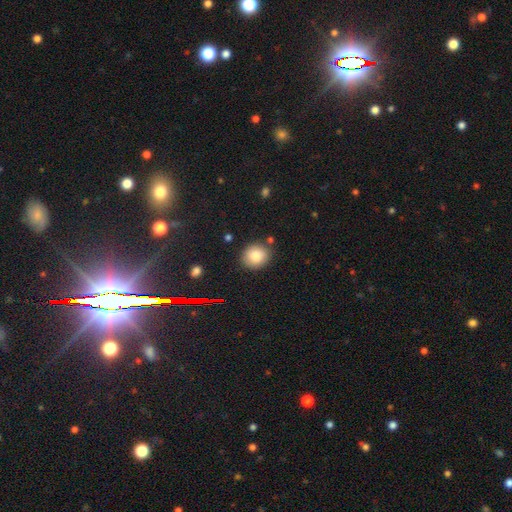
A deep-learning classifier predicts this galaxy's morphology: smooth-or-featured: smooth: 84% | star or artifact: 10% | featured or disk: 6%
  how-rounded: round: 80% | in between: 19% | cigar-shaped: 1%
  merging: none: 84% | minor disturbance: 10% | merger: 4% | major disturbance: 3%